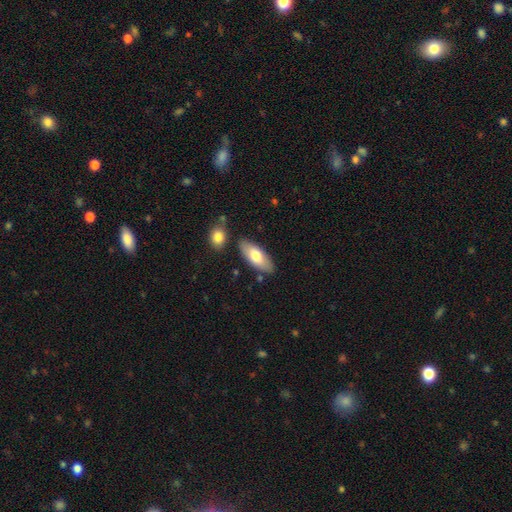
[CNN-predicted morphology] type=smooth (72%); roundness=in between (83%); merging=none (81%).